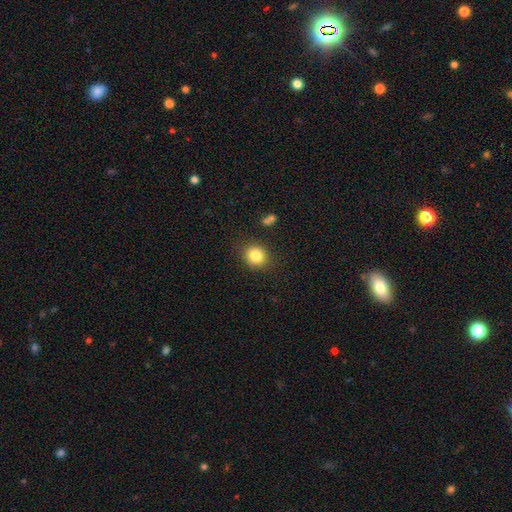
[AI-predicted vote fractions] A smooth galaxy with no disk features (83%) that is round (80%).

Vote fractions:
- Smooth or featured? smooth: 83% / star or artifact: 11% / featured or disk: 7%
- How rounded? round: 80% / in between: 19% / cigar-shaped: 1%
- Merging? none: 87% / minor disturbance: 9% / major disturbance: 3% / merger: 2%